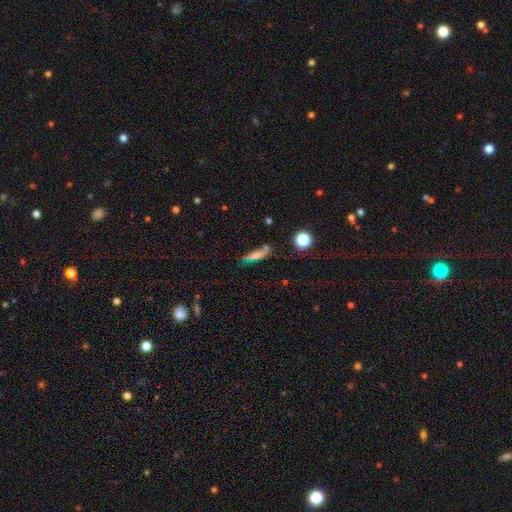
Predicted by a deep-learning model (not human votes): Smooth or featured? smooth (69%)
How rounded? cigar-shaped (73%)
Merging? none (60%)